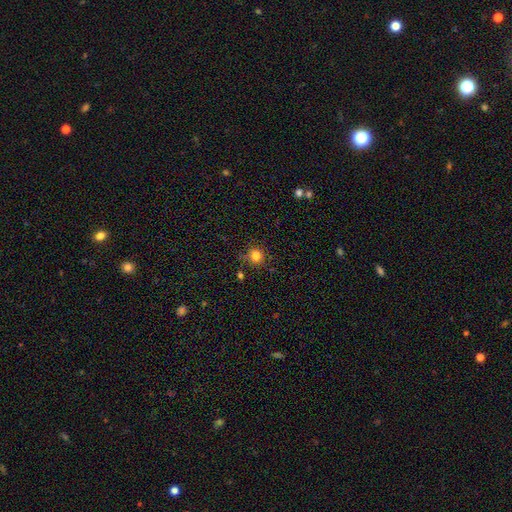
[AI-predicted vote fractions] smooth 82%, star or artifact 13%, featured or disk 5%. Down the decision tree: how rounded — round (90%); merging — none (82%).